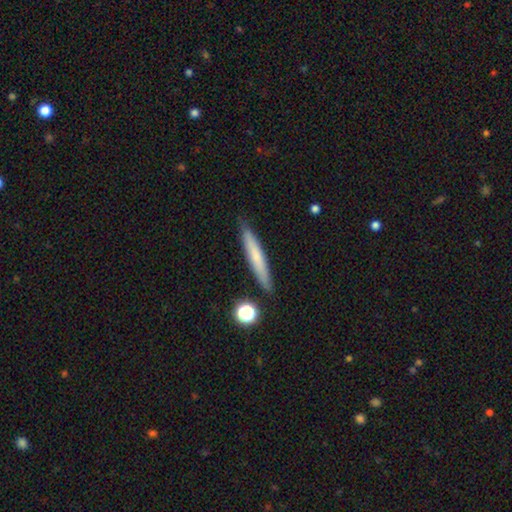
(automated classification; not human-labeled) Smooth or featured: smooth — 64% (featured or disk — 29%)
How rounded: cigar-shaped — 94% (in between — 4%)
Merging: none — 87% (minor disturbance — 9%)